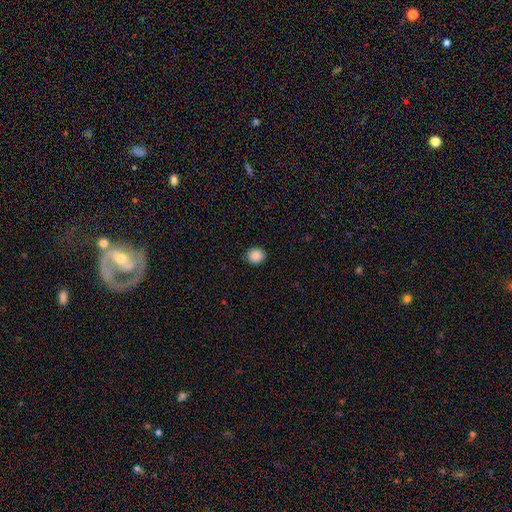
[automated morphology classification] type=smooth (89%); roundness=round (72%); merging=none (90%).